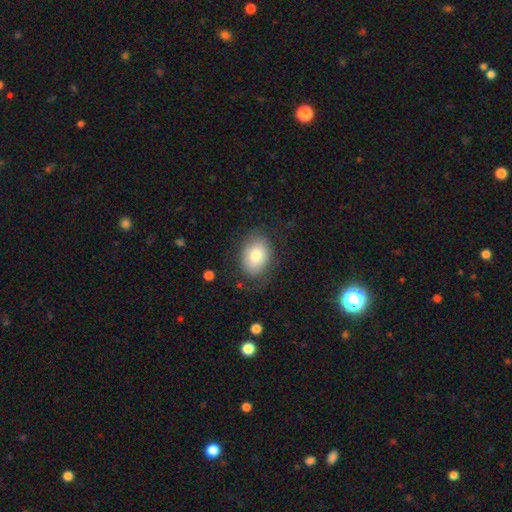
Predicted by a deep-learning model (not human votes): This appears to be a smooth galaxy with no disk features (76%) that is in between round and cigar-shaped (73%). Merging: none (74%).